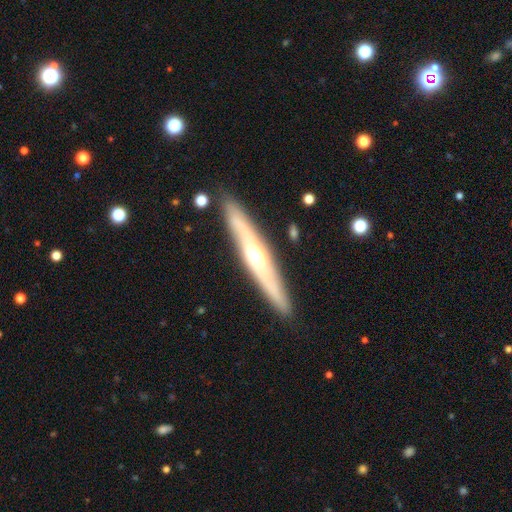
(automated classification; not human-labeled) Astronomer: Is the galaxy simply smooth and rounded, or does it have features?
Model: featured or disk — 67%.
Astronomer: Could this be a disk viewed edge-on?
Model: yes — 91%.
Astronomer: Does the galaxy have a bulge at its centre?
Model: rounded — 82%.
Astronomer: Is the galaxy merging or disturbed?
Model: none — 89%.